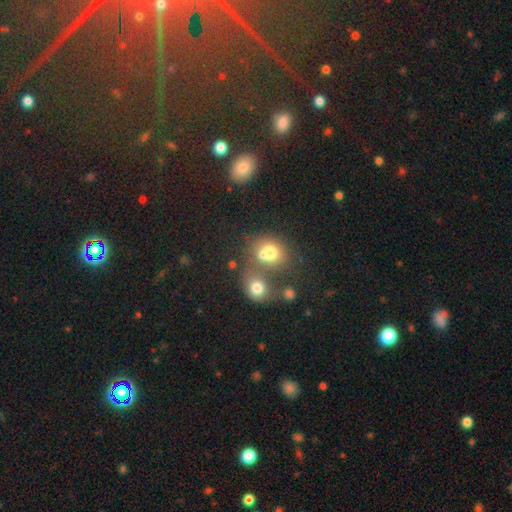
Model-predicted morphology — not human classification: type=smooth (65%); roundness=round (63%); merging=none (50%).